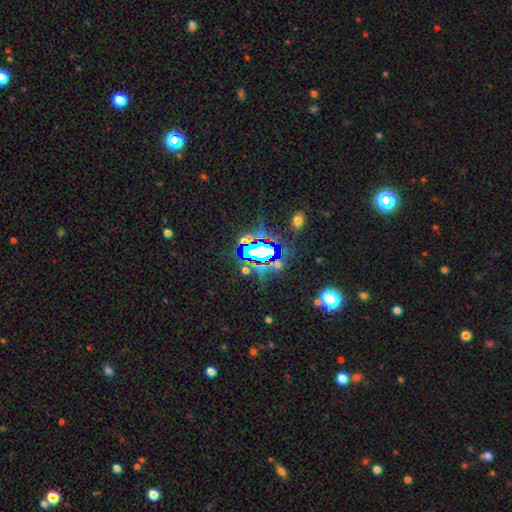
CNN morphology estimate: smooth_or_featured: star or artifact (p=0.73) [alt: smooth p=0.15]